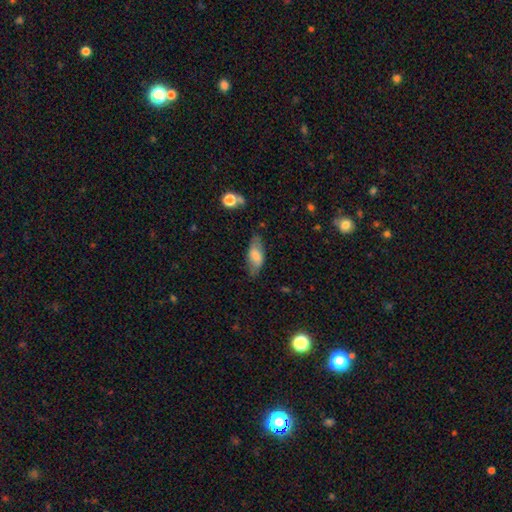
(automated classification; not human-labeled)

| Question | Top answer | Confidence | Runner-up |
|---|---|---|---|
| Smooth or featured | smooth | 67% | featured or disk (26%) |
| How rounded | in between | 82% | cigar-shaped (15%) |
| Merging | none | 73% | minor disturbance (20%) |